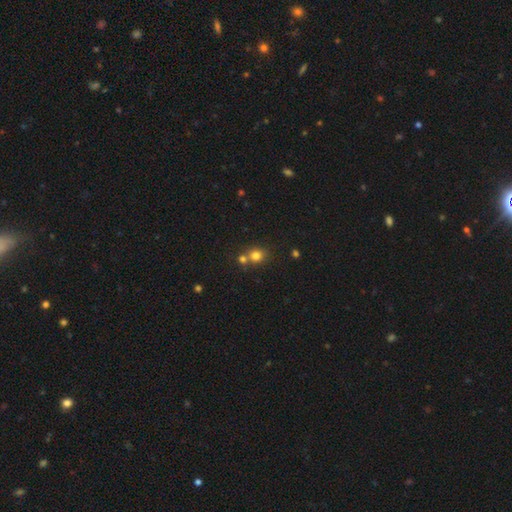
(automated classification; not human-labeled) The model was most divided on "merging": none: 53%, merger: 36%, minor disturbance: 8%, major disturbance: 3%. More confident: how rounded — round (82%); smooth or featured — smooth (78%).